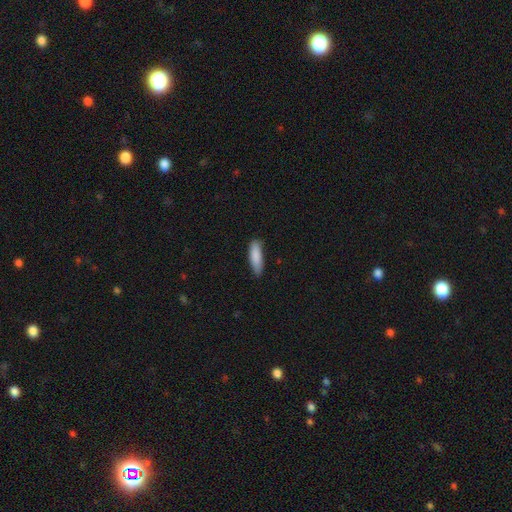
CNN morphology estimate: This is clearly a smooth galaxy (87%). How rounded: possibly cigar-shaped (56%). Merging: clearly none (80%).